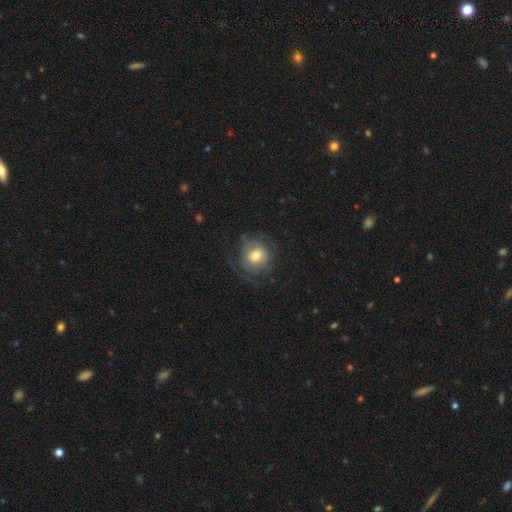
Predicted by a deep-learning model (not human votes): smooth-or-featured: featured or disk: 56% | smooth: 36% | star or artifact: 8%
  disk-edge-on: no: 97% | yes: 3%
    bar: no: 64% | weak: 30% | strong: 7%
    has-spiral-arms: yes: 75% | no: 25%
    bulge-size: moderate: 60% | small: 21% | large: 16% | dominant: 2% | none: 2%
  merging: none: 61% | major disturbance: 19% | minor disturbance: 19% | merger: 1%